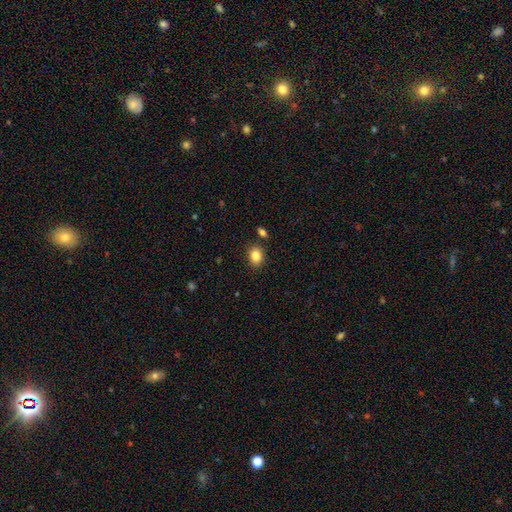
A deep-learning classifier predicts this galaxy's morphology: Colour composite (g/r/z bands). It shows a smooth galaxy with no disk features (85%) that is in between round and cigar-shaped (59%). Merging: none (84%).